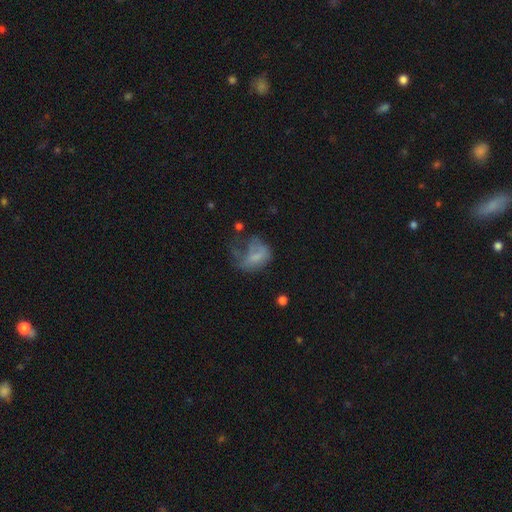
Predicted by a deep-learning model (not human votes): Smooth or featured: smooth — 56% (featured or disk — 32%)
How rounded: in between — 74% (round — 24%)
Merging: major disturbance — 54% (minor disturbance — 20%)